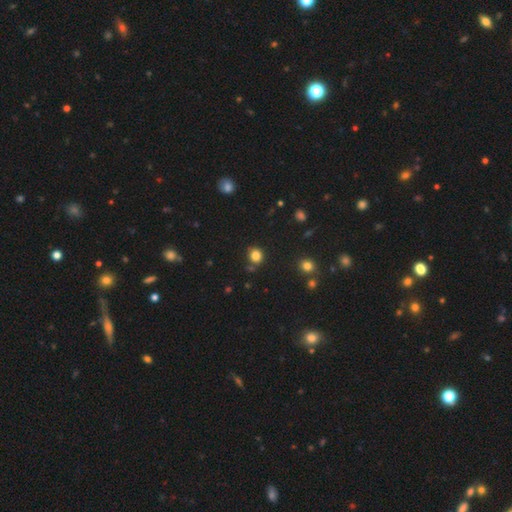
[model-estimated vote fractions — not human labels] Smooth or featured?
  - smooth: 82% *
  - star or artifact: 13%
  - featured or disk: 5%
How rounded?
  - round: 80% *
  - in between: 19%
  - cigar-shaped: 1%
Merging?
  - none: 79% *
  - minor disturbance: 11%
  - merger: 6%
  - major disturbance: 3%